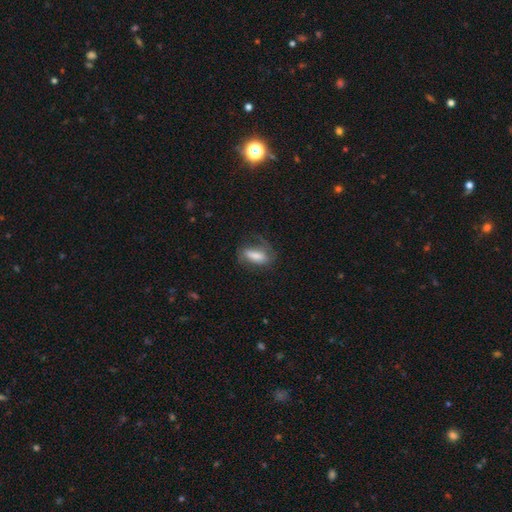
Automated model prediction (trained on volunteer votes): Smooth or featured? Predicted: smooth (p=0.58). How rounded? Predicted: in between (p=0.72). Merging? Predicted: none (p=0.49).